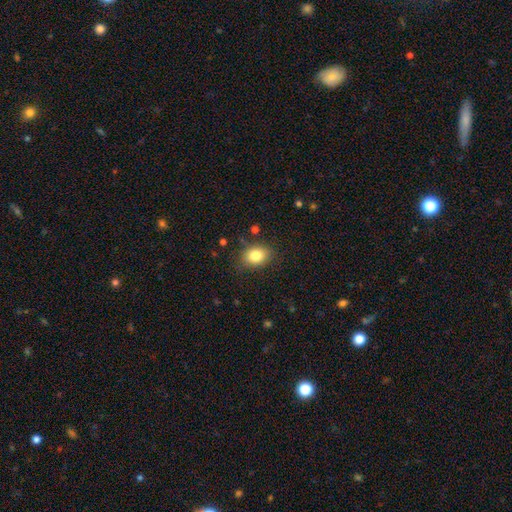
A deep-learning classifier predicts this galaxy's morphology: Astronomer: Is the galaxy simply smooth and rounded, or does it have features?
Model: smooth — 82%.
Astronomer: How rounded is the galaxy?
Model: in between — 66%.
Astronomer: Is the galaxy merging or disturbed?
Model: none — 82%.